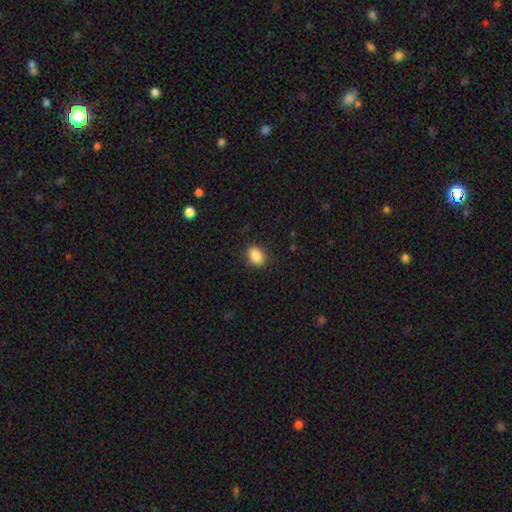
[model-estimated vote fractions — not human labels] This is clearly a smooth galaxy (87%). How rounded: likely in between (70%). Merging: clearly none (88%).